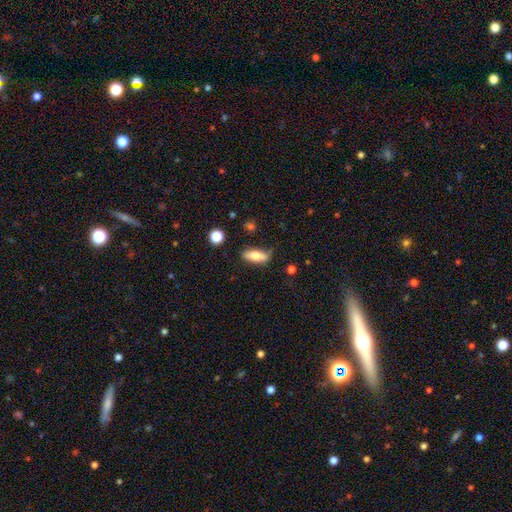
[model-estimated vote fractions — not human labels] smooth 70%, featured or disk 23%, star or artifact 7%. Down the decision tree: how rounded — in between (65%); merging — none (77%).